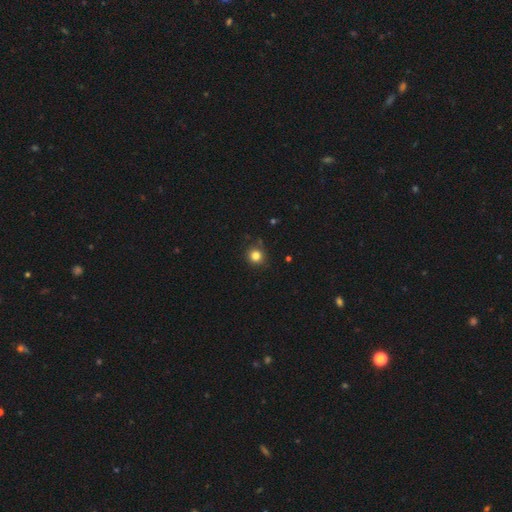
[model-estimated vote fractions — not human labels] Smooth or featured? smooth (82%)
How rounded? round (92%)
Merging? none (86%)